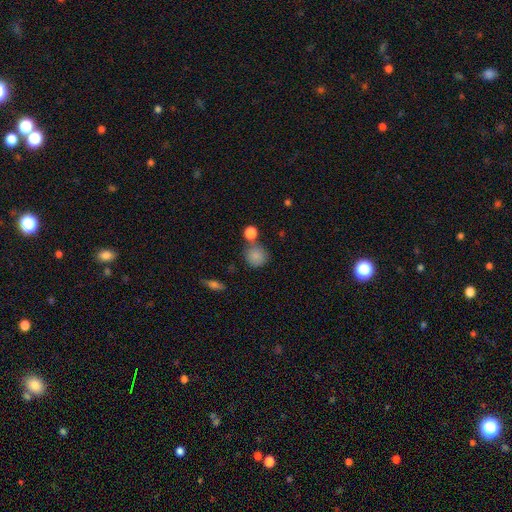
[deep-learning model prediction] This appears to be a smooth galaxy with no disk features (84%) that is round (87%). Merging: none (63%).